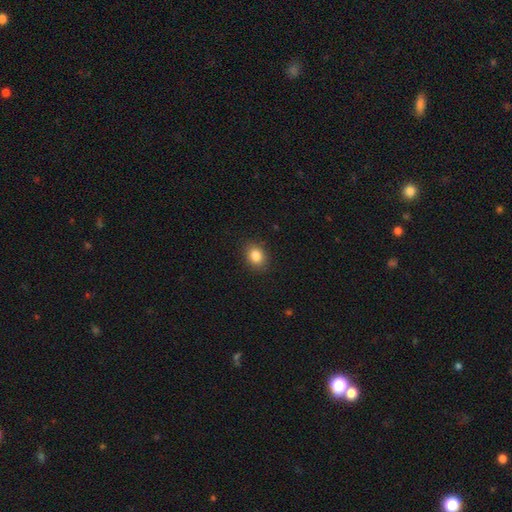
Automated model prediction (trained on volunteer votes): This appears to be a smooth galaxy with no disk features (84%) that is in between round and cigar-shaped (53%). Merging: none (88%).